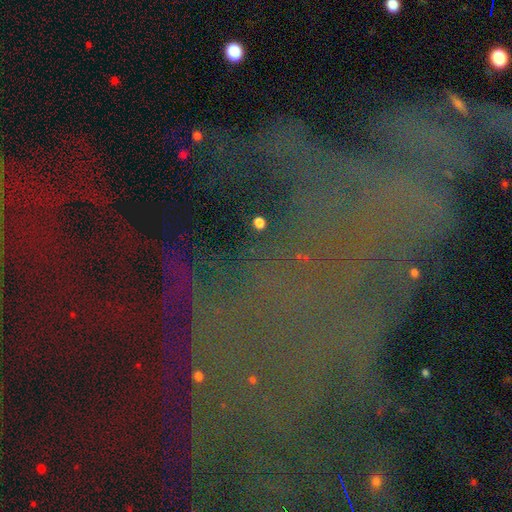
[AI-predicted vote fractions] This appears to be a star or artifact, not a galaxy (79%).